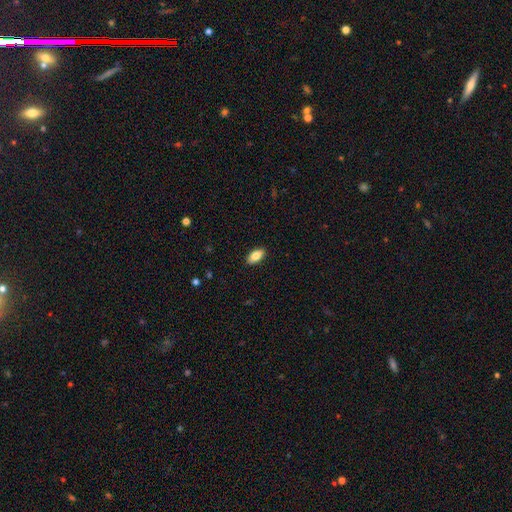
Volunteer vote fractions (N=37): Volunteers were most divided on "smooth or featured": smooth: 78%, featured or disk: 16%, star or artifact: 5%. More confident: merging — none (100%); how rounded — in between (97%).